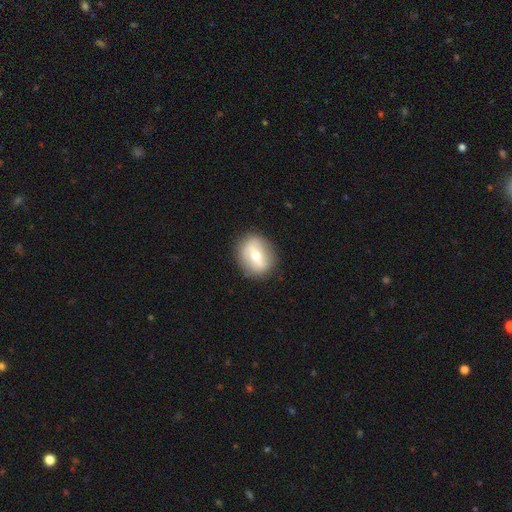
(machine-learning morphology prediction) Overall: featured or disk (54%; smooth 39%). Edge-on disk: no (82%). Merging: none (86%).